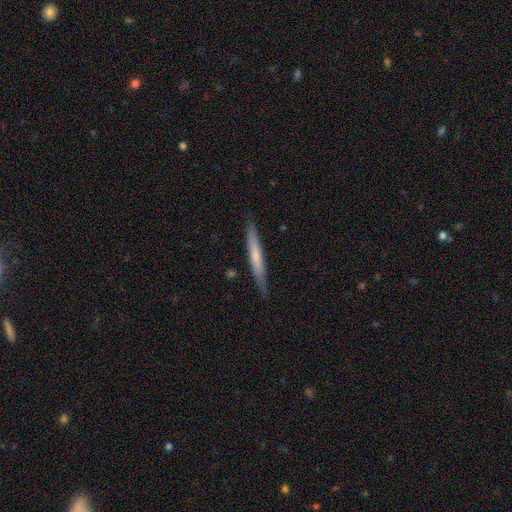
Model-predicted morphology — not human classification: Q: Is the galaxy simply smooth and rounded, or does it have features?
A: smooth — 57%.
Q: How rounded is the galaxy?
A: cigar-shaped — 96%.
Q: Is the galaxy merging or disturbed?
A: none — 87%.